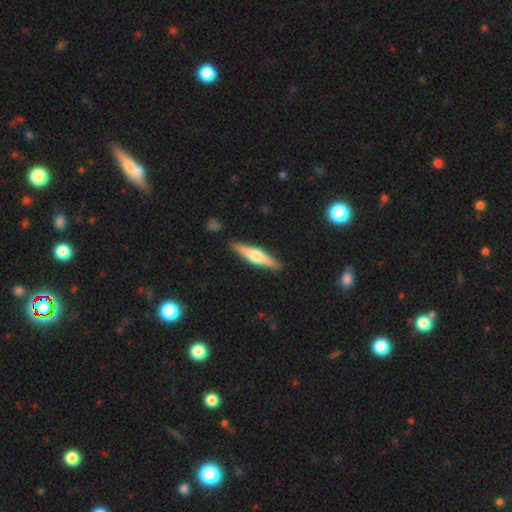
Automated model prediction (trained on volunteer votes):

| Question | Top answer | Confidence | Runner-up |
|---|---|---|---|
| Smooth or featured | featured or disk | 51% | smooth (44%) |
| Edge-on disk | yes | 94% | no (6%) |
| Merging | none | 89% | minor disturbance (8%) |